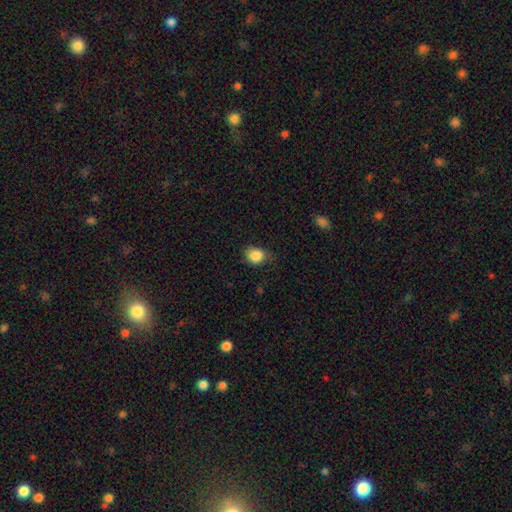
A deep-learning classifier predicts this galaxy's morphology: This appears to be a smooth galaxy with no disk features (86%) that is round (65%). Merging: none (67%).